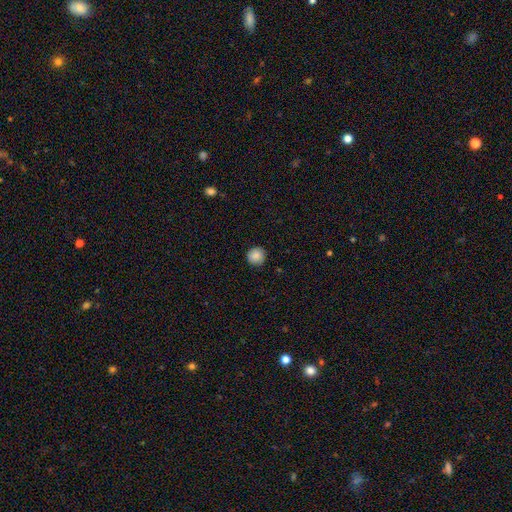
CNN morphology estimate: smooth_or_featured: smooth (p=0.87) [alt: star or artifact p=0.09]
how_rounded: round (p=0.94) [alt: in between p=0.05]
merging: none (p=0.90) [alt: minor disturbance p=0.07]